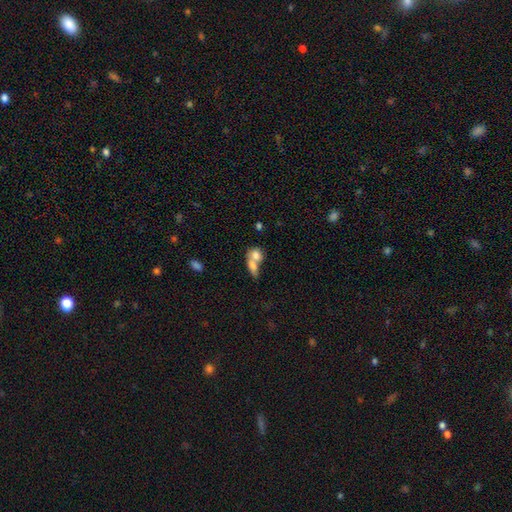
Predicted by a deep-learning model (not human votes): Smooth or featured? Predicted: smooth (p=0.76). How rounded? Predicted: in between (p=0.57). Merging? Predicted: merger (p=0.68).